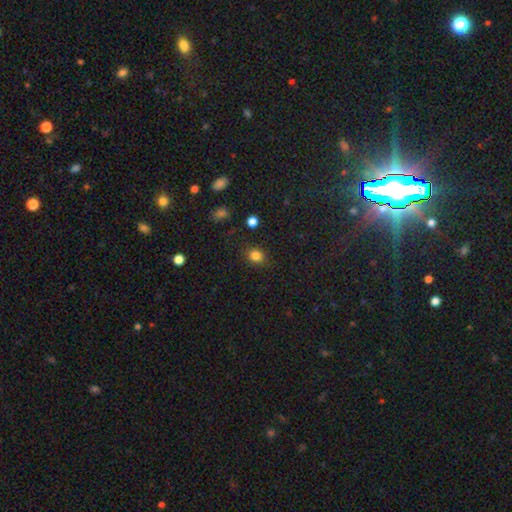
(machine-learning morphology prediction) smooth-or-featured: smooth: 83% | star or artifact: 13% | featured or disk: 5%
  how-rounded: round: 62% | in between: 37% | cigar-shaped: 1%
  merging: none: 84% | minor disturbance: 11% | major disturbance: 3% | merger: 2%